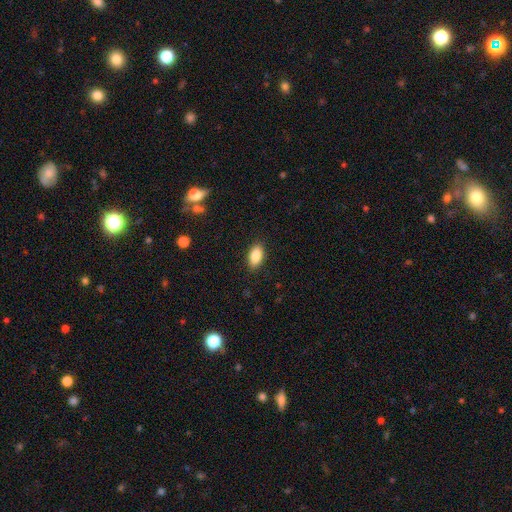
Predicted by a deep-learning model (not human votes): Smooth or featured: smooth — 87% (star or artifact — 7%)
How rounded: in between — 92% (round — 4%)
Merging: none — 88% (minor disturbance — 9%)